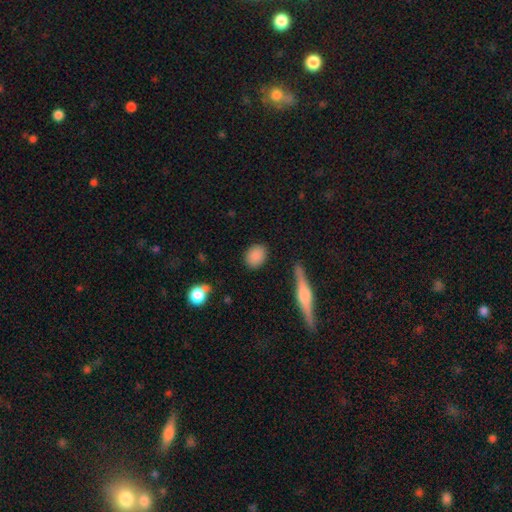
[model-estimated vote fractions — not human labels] This appears to be a smooth galaxy with no disk features (87%) that is round (50%). Merging: none (85%).